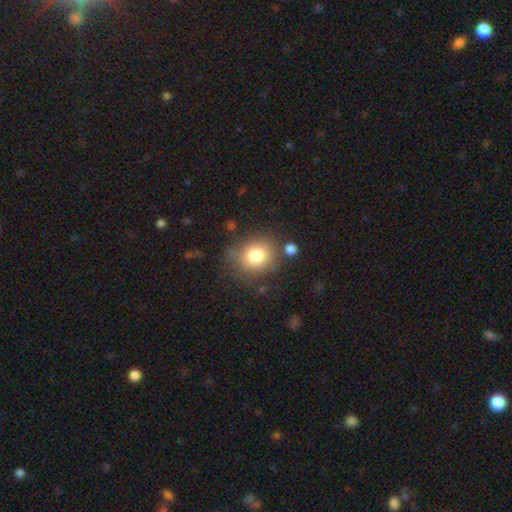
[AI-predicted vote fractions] This appears to be a smooth galaxy with no disk features (80%) that is round (76%). Merging: none (71%).